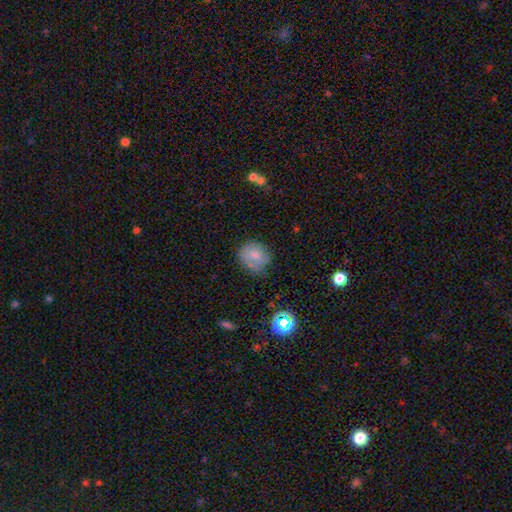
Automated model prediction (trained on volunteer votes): smooth-or-featured: smooth: 72% | featured or disk: 18% | star or artifact: 10%
  how-rounded: round: 78% | in between: 21% | cigar-shaped: 1%
  merging: none: 58% | minor disturbance: 27% | major disturbance: 10% | merger: 6%